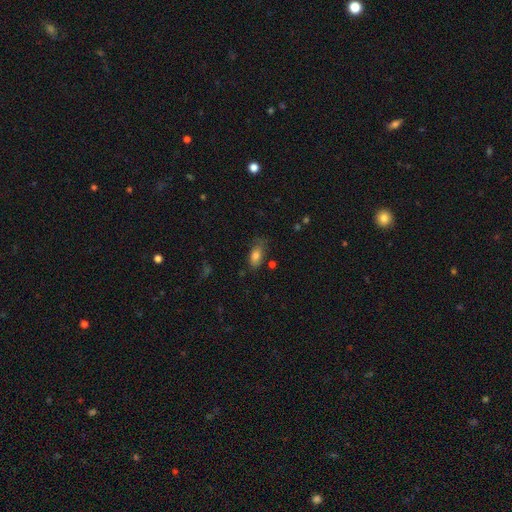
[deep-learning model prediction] Morphology: type=smooth (80%); roundness=in between (87%); merging=none (61%).